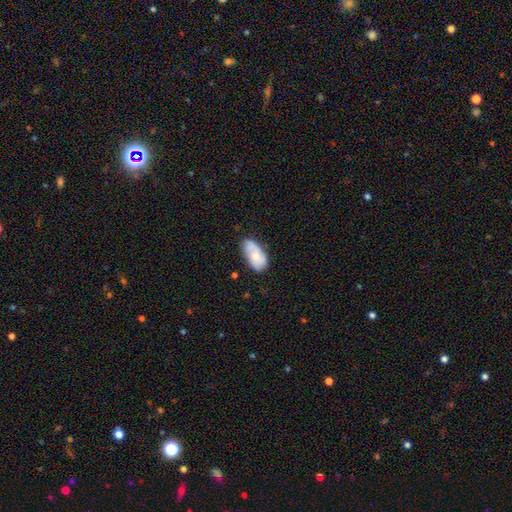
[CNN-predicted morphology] smooth_or_featured: smooth (p=0.59) [alt: featured or disk p=0.35]
how_rounded: in between (p=0.93) [alt: round p=0.04]
merging: none (p=0.62) [alt: minor disturbance p=0.29]